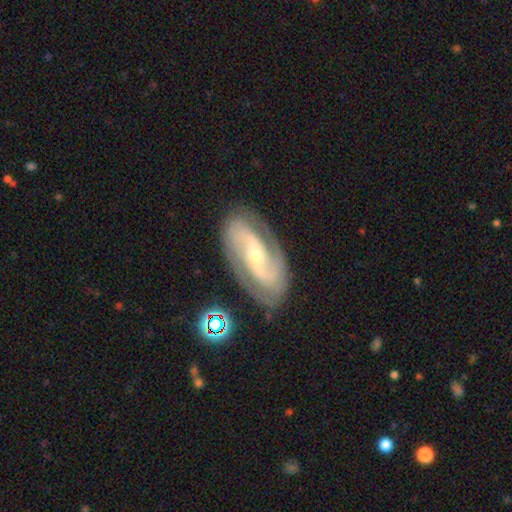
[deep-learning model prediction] smooth_or_featured: featured or disk (p=0.86) [alt: smooth p=0.08]
disk_edge_on: no (p=0.95) [alt: yes p=0.05]
bar: no (p=0.39) [alt: weak p=0.34]
has_spiral_arms: yes (p=0.96) [alt: no p=0.04]
spiral_winding: medium (p=0.47) [alt: tight p=0.34]
spiral_arm_count: 2 (p=0.83) [alt: can't tell p=0.07]
bulge_size: small (p=0.64) [alt: moderate p=0.32]
merging: none (p=0.79) [alt: minor disturbance p=0.14]